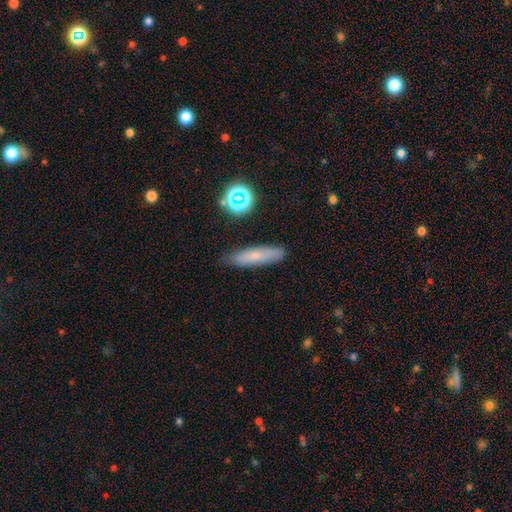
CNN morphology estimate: smooth-or-featured: smooth: 68% | featured or disk: 20% | star or artifact: 11%
  how-rounded: cigar-shaped: 75% | in between: 22% | round: 3%
  merging: none: 82% | minor disturbance: 13% | major disturbance: 3% | merger: 2%